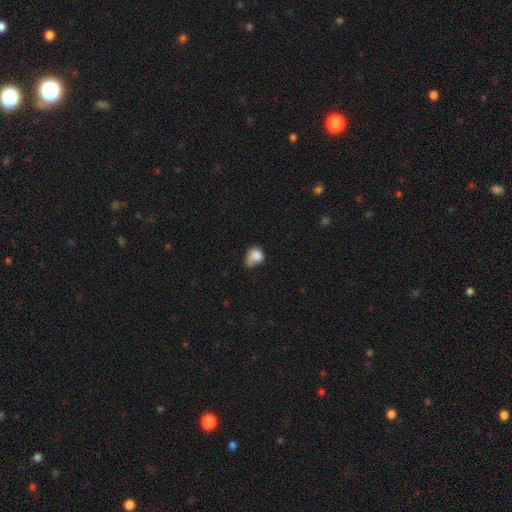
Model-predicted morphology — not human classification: This is clearly a smooth galaxy (82%). How rounded: possibly in between (53%). Merging: possibly minor disturbance (45%).